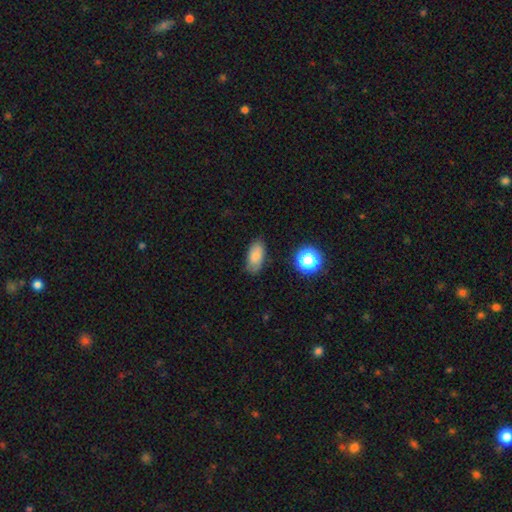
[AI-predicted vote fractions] Q: Smooth or featured?
A: smooth (79%); runner-up: featured or disk (12%)
Q: How rounded?
A: in between (90%); runner-up: round (5%)
Q: Merging?
A: none (80%); runner-up: minor disturbance (15%)